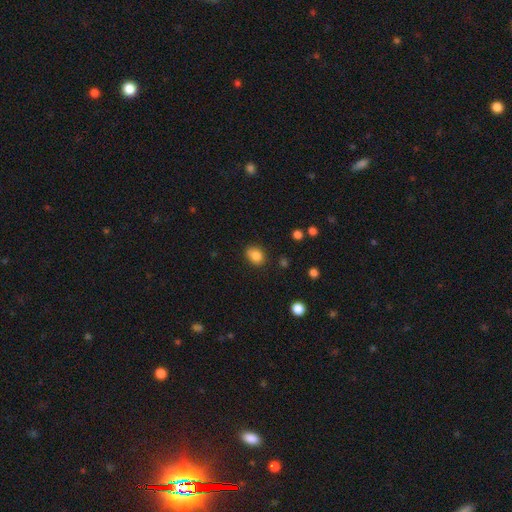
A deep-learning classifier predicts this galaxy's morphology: Smooth or featured? smooth (84%)
How rounded? in between (60%)
Merging? none (77%)